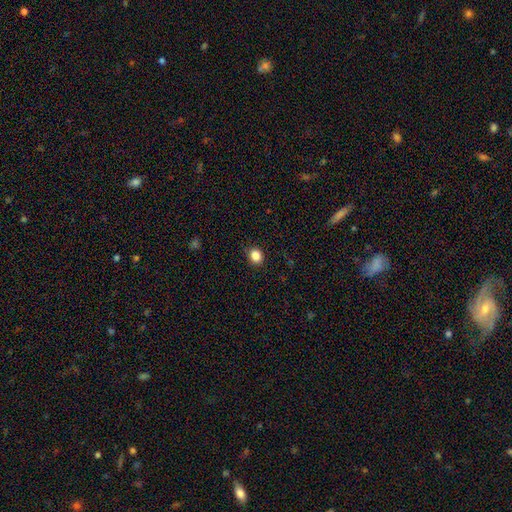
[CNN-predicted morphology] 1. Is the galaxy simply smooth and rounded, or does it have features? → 85% smooth, 11% star or artifact, 4% featured or disk.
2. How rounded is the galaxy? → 73% round, 26% in between, 1% cigar-shaped.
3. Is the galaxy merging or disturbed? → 89% none, 8% minor disturbance, 2% major disturbance, 1% merger.